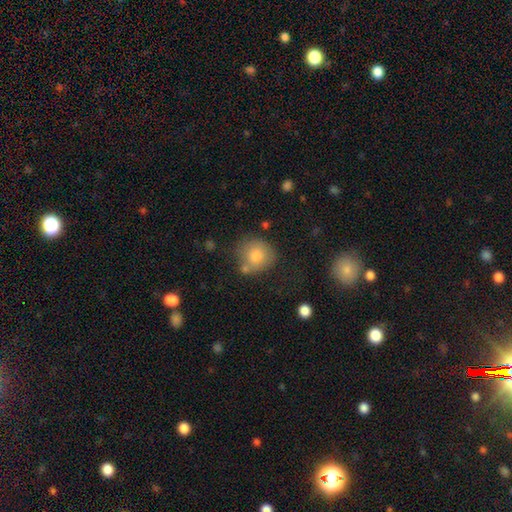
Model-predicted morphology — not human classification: type=smooth (80%); roundness=round (86%); merging=none (69%).